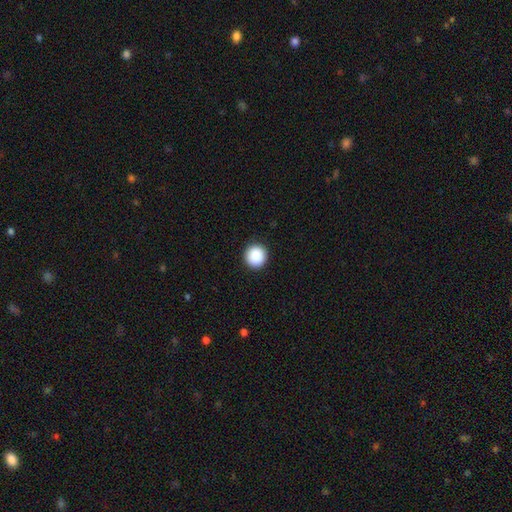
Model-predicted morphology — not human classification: Smooth or featured: smooth — 89% (star or artifact — 8%)
How rounded: round — 94% (in between — 5%)
Merging: none — 92% (minor disturbance — 5%)